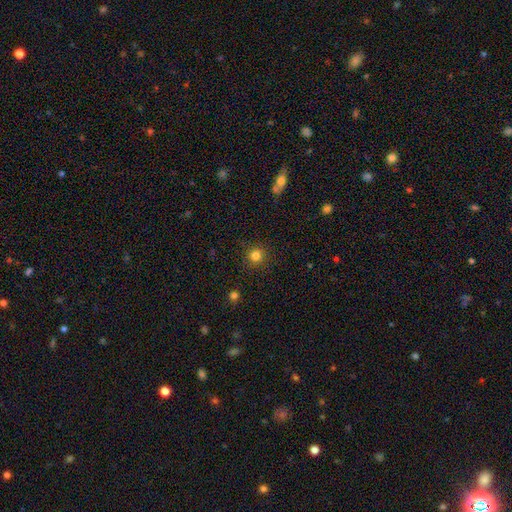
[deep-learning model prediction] smooth-or-featured: smooth: 82% | star or artifact: 13% | featured or disk: 5%
  how-rounded: round: 93% | in between: 6% | cigar-shaped: 1%
  merging: none: 90% | minor disturbance: 7% | major disturbance: 2% | merger: 1%